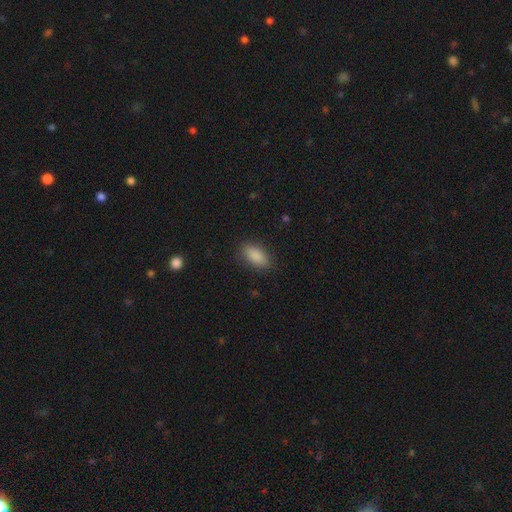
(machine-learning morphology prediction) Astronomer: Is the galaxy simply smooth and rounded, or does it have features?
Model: smooth — 88%.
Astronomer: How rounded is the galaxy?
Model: in between — 90%.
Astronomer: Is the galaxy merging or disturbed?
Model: none — 83%.